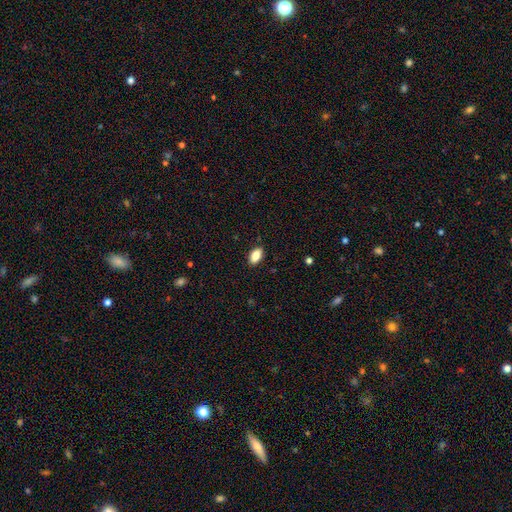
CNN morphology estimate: type=smooth (83%); roundness=in between (91%); merging=none (89%).